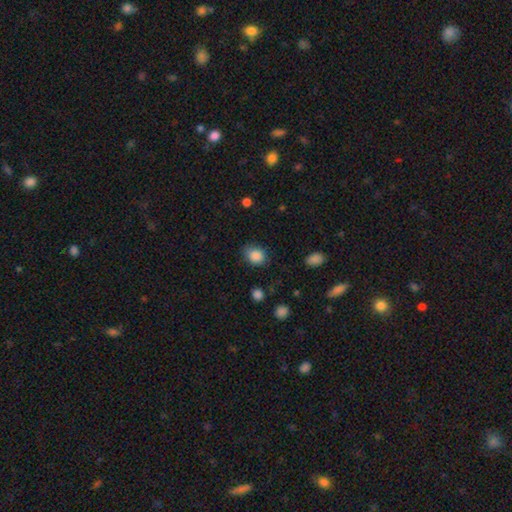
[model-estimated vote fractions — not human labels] This appears to be a smooth galaxy with no disk features (87%) that is round (58%). Merging: none (74%).